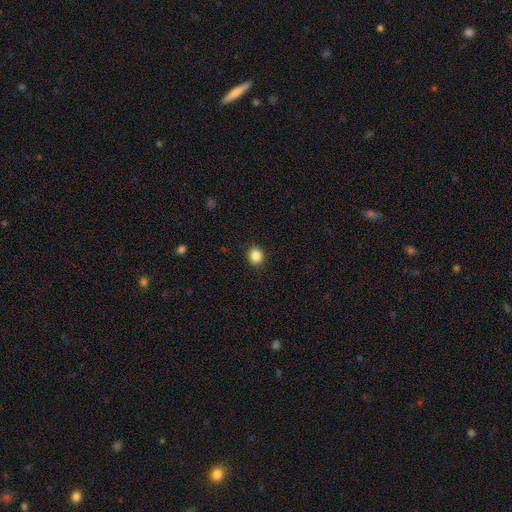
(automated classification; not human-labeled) A smooth galaxy with no disk features (86%) that is round (73%).

Vote fractions:
- Smooth or featured? smooth: 86% / star or artifact: 10% / featured or disk: 4%
- How rounded? round: 73% / in between: 26% / cigar-shaped: 1%
- Merging? none: 91% / minor disturbance: 6% / major disturbance: 2% / merger: 1%